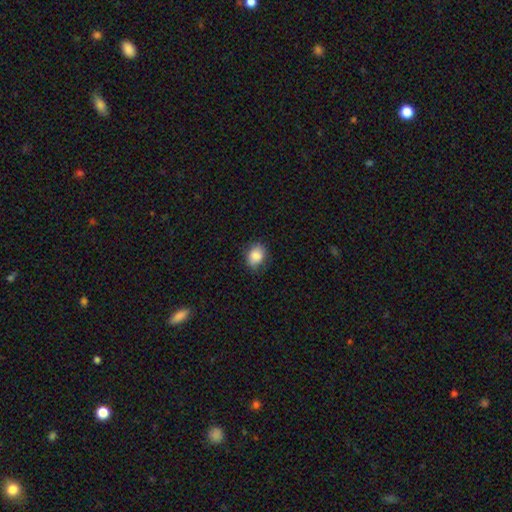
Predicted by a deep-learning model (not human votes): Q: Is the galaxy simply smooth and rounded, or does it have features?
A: smooth — 87%.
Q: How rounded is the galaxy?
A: in between — 65%.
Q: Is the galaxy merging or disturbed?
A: none — 78%.